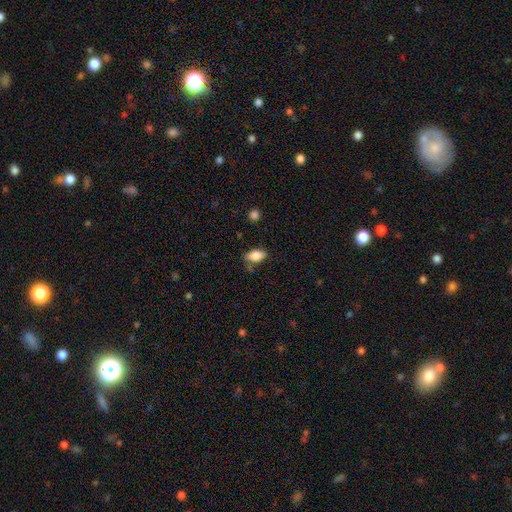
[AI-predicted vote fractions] A smooth galaxy with no disk features (83%) that is in between round and cigar-shaped (90%).

Vote fractions:
- Smooth or featured? smooth: 83% / featured or disk: 9% / star or artifact: 8%
- How rounded? in between: 90% / cigar-shaped: 5% / round: 5%
- Merging? none: 71% / minor disturbance: 20% / major disturbance: 4% / merger: 4%